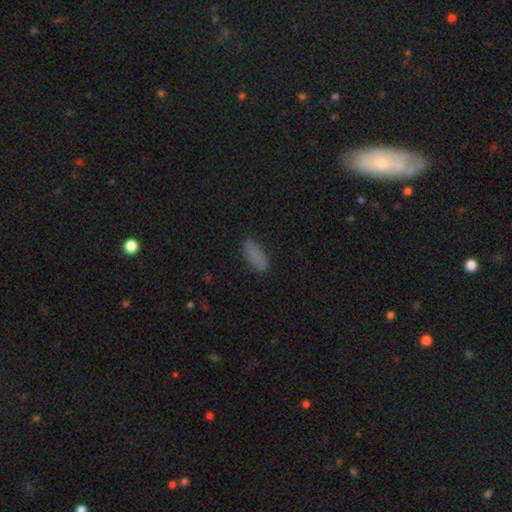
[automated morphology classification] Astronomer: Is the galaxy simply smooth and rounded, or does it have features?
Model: smooth — 85%.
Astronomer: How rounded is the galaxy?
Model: in between — 60% (runner-up: cigar-shaped, 37%).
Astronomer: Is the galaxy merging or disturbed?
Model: none — 85%.